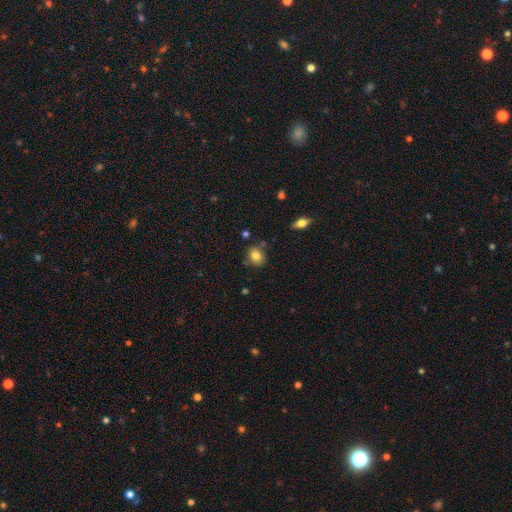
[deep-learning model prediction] This appears to be a smooth galaxy with no disk features (81%) that is round (70%). Merging: none (77%).